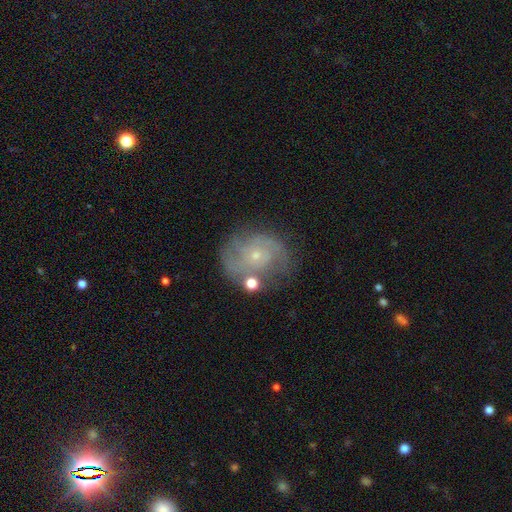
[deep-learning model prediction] Smooth or featured: featured or disk — 75% (smooth — 16%)
Edge-on disk: no — 98% (yes — 2%)
Bar: no — 76% (weak — 20%)
Spiral arms: yes — 89% (no — 11%)
Spiral winding: tight — 46% (medium — 39%)
Spiral arm count: 2 — 40% (can't tell — 31%)
Bulge size: small — 79% (moderate — 16%)
Merging: none — 66% (minor disturbance — 19%)